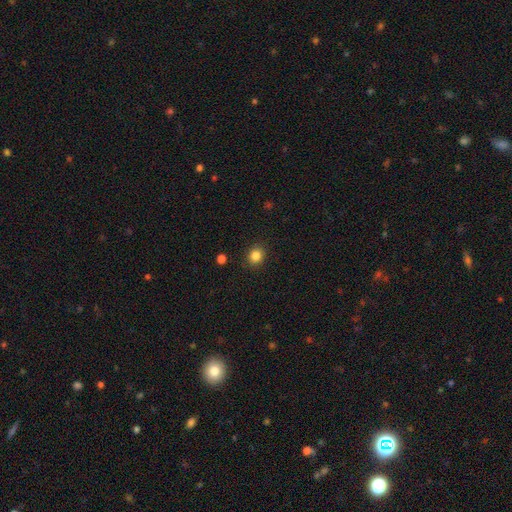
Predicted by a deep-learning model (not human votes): A smooth galaxy with no disk features (85%) that is round (73%).

Vote fractions:
- Smooth or featured? smooth: 85% / star or artifact: 11% / featured or disk: 4%
- How rounded? round: 73% / in between: 26% / cigar-shaped: 1%
- Merging? none: 89% / minor disturbance: 8% / major disturbance: 2% / merger: 1%